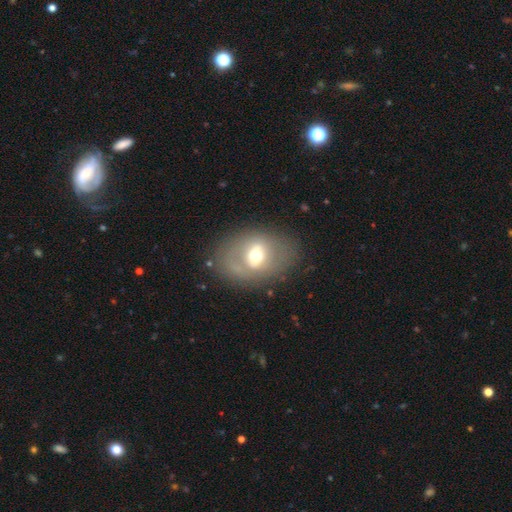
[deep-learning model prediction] Smooth or featured: featured or disk — 51% (smooth — 40%)
Edge-on disk: no — 89% (yes — 11%)
Merging: none — 75% (minor disturbance — 14%)